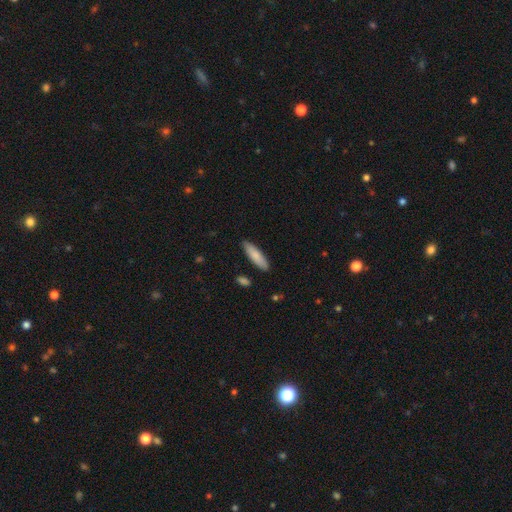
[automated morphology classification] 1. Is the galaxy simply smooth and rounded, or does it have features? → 82% smooth, 13% featured or disk, 5% star or artifact.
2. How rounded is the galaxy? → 67% cigar-shaped, 31% in between, 2% round.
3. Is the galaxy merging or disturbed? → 87% none, 9% minor disturbance, 2% merger, 2% major disturbance.